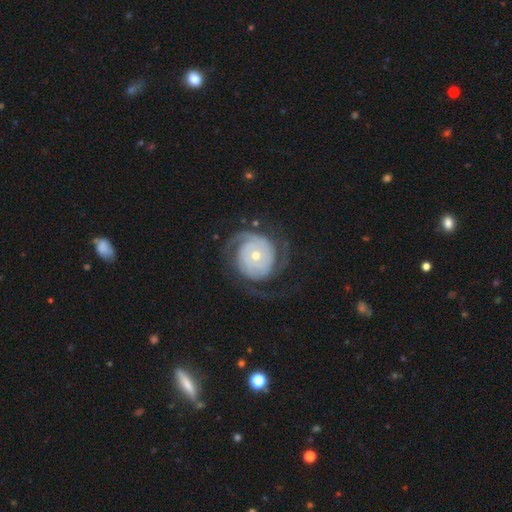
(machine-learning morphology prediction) featured or disk 88%, smooth 8%, star or artifact 4%. Down the decision tree: edge-on disk — no (98%); bar — no (77%); spiral arms — yes (97%); spiral arm count — 2 (66%); spiral winding — tight (64%); bulge size — small (50%); merging — none (69%).